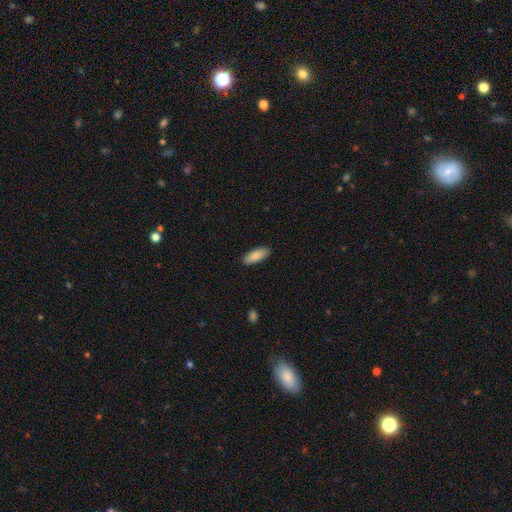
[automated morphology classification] A smooth galaxy with no disk features (88%) that is in between round and cigar-shaped (74%).

Vote fractions:
- Smooth or featured? smooth: 88% / featured or disk: 6% / star or artifact: 6%
- How rounded? in between: 74% / cigar-shaped: 25% / round: 2%
- Merging? none: 89% / minor disturbance: 8% / major disturbance: 2% / merger: 1%